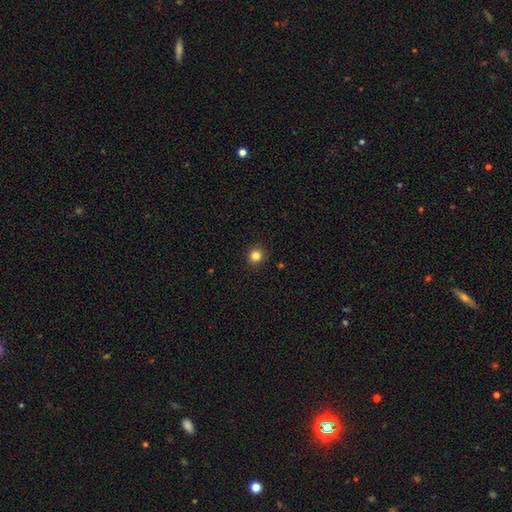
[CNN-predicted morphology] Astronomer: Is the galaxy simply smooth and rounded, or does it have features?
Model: smooth — 83%.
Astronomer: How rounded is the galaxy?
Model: round — 93%.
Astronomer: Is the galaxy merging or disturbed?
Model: none — 92%.